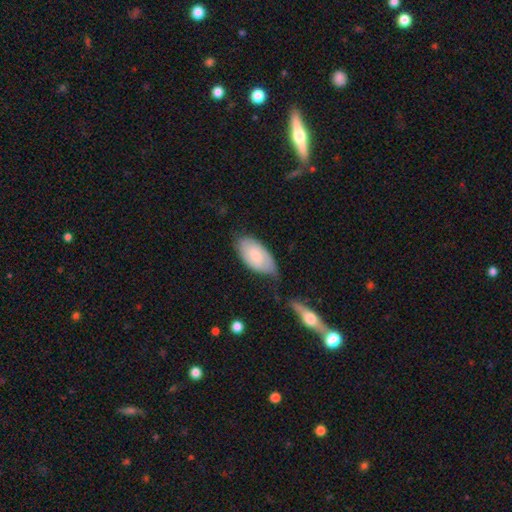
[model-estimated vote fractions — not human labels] This appears to be a smooth galaxy with no disk features (65%) that is in between round and cigar-shaped (94%). Merging: none (58%).